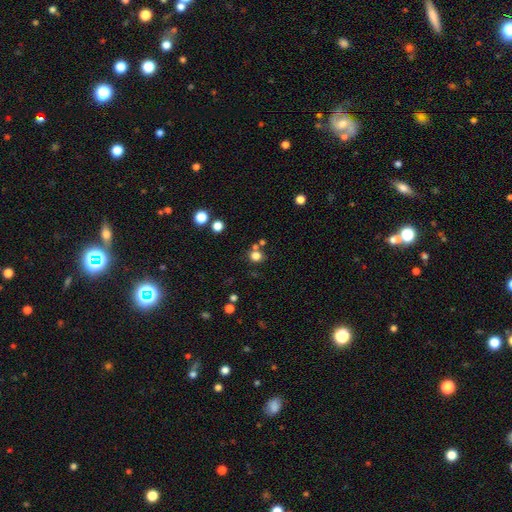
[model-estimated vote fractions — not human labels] This appears to be a smooth galaxy with no disk features (78%) that is round (81%). Merging: none (67%).